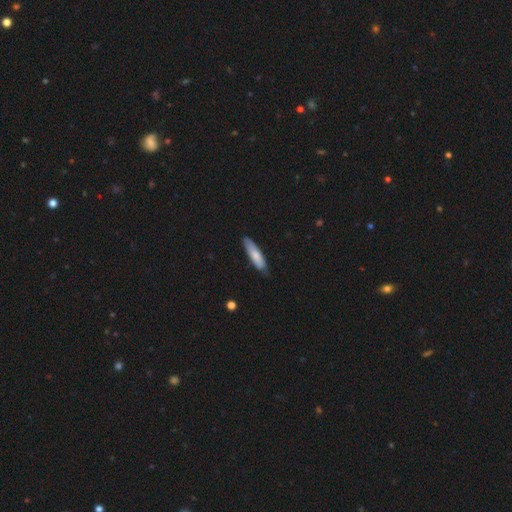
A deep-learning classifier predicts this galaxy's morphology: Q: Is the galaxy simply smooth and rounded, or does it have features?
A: smooth — 75%.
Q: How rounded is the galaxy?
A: cigar-shaped — 69%.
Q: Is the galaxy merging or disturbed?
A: none — 77%.